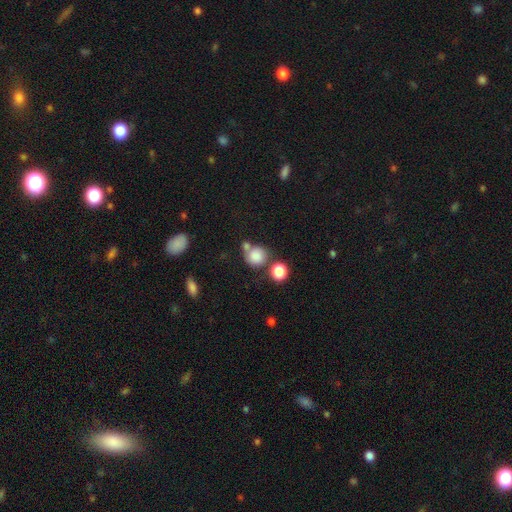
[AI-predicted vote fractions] Morphology: type=smooth (81%); roundness=round (84%); merging=none (50%).